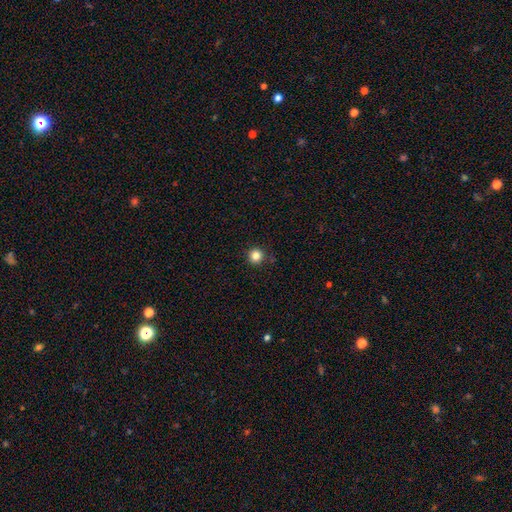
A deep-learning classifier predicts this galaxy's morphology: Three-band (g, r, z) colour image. It shows a smooth galaxy with no disk features (84%) that is round (96%). Merging: none (91%).